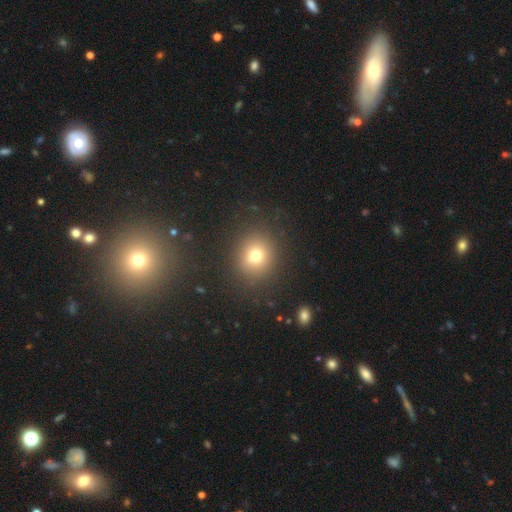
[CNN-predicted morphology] Smooth or featured: smooth — 75% (star or artifact — 15%)
How rounded: round — 78% (in between — 21%)
Merging: none — 86% (minor disturbance — 8%)